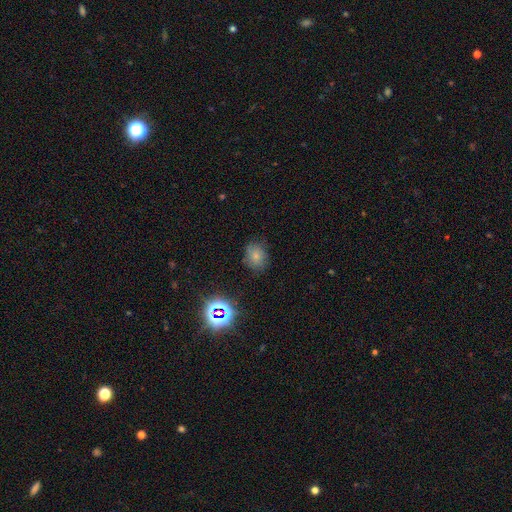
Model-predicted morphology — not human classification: This appears to be a smooth galaxy with no disk features (68%) that is round (51%). Merging: none (74%).